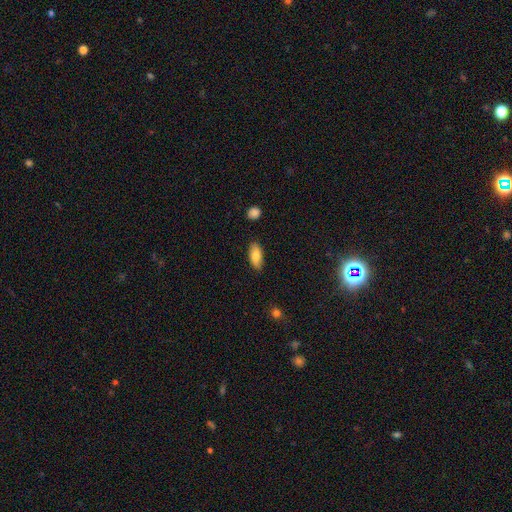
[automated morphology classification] Smooth or featured?
  - smooth: 82% *
  - featured or disk: 11%
  - star or artifact: 7%
How rounded?
  - in between: 87% *
  - cigar-shaped: 10%
  - round: 2%
Merging?
  - none: 85% *
  - minor disturbance: 11%
  - major disturbance: 2%
  - merger: 1%